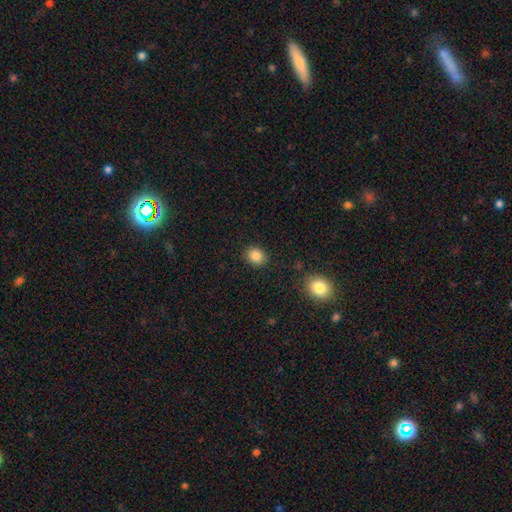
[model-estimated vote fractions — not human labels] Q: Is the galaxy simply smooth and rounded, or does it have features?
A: smooth — 86%.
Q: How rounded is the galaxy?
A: round — 68%.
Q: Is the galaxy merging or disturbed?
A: none — 88%.